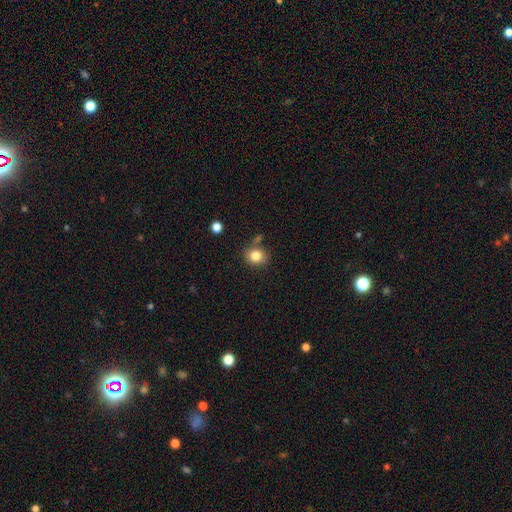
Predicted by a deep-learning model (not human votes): This appears to be a smooth galaxy with no disk features (82%) that is round (65%). Merging: none (73%).